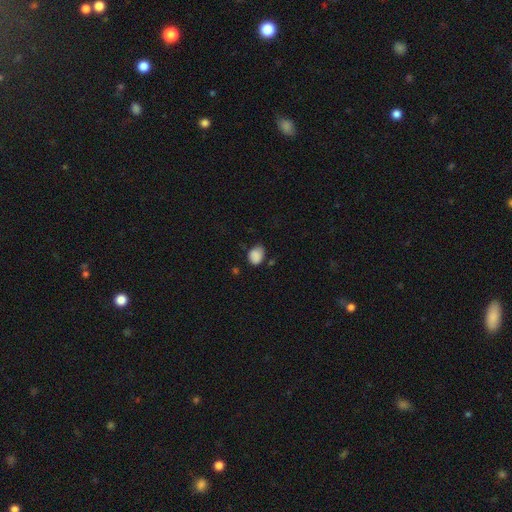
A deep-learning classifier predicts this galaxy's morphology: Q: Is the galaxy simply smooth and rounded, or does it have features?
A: smooth — 86%.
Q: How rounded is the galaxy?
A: in between — 58%.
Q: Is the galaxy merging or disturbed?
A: none — 58%.